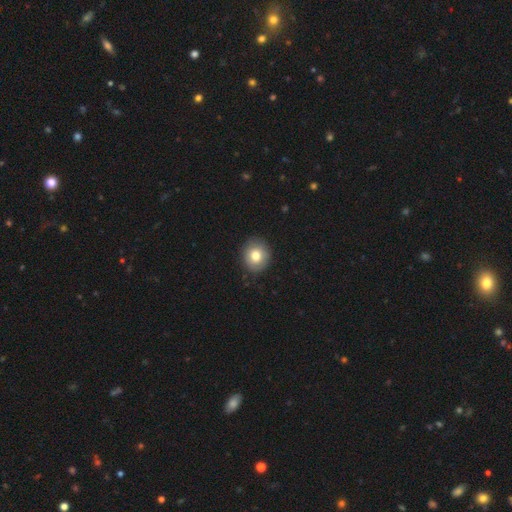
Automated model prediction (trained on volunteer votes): smooth_or_featured: smooth (p=0.79) [alt: featured or disk p=0.13]
how_rounded: round (p=0.79) [alt: in between p=0.20]
merging: none (p=0.87) [alt: minor disturbance p=0.10]